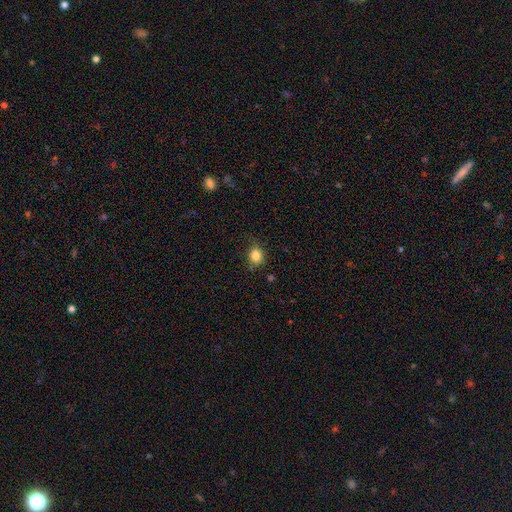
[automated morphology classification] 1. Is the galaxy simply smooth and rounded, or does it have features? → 83% smooth, 11% star or artifact, 6% featured or disk.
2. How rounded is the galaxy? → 62% round, 36% in between, 1% cigar-shaped.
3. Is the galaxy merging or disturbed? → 74% none, 20% minor disturbance, 5% major disturbance, 2% merger.